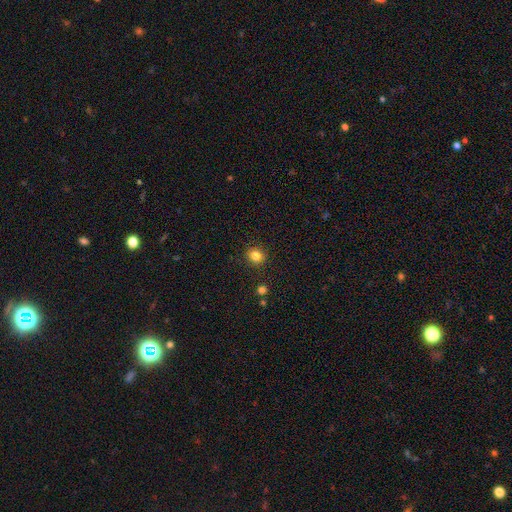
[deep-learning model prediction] Morphology: type=smooth (82%); roundness=round (84%); merging=none (89%).